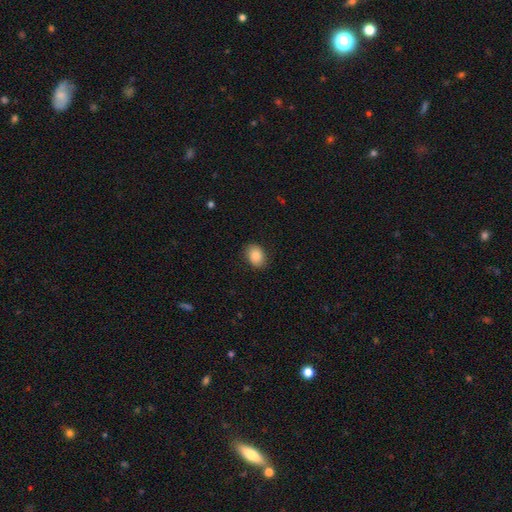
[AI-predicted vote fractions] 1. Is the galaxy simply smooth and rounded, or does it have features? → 86% smooth, 8% star or artifact, 6% featured or disk.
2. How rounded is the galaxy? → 66% in between, 33% round, 1% cigar-shaped.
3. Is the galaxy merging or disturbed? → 87% none, 10% minor disturbance, 3% major disturbance, 1% merger.